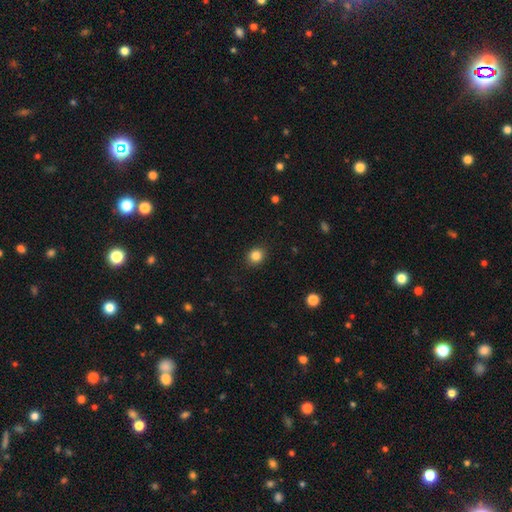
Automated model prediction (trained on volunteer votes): Smooth or featured? Predicted: smooth (p=0.85). How rounded? Predicted: round (p=0.77). Merging? Predicted: none (p=0.90).